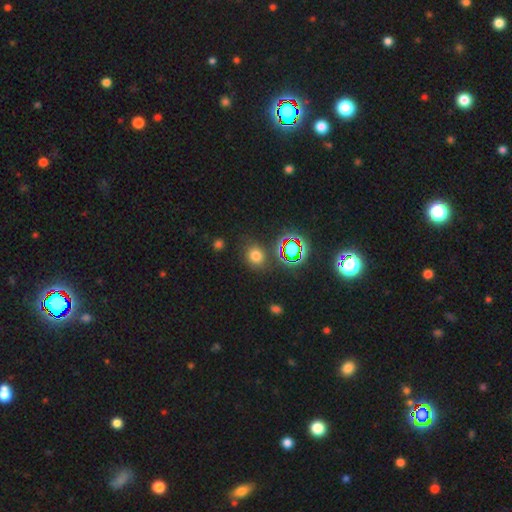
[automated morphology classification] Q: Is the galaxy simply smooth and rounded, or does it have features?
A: smooth — 64%.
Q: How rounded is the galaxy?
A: round — 66%.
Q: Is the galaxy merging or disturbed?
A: none — 79%.